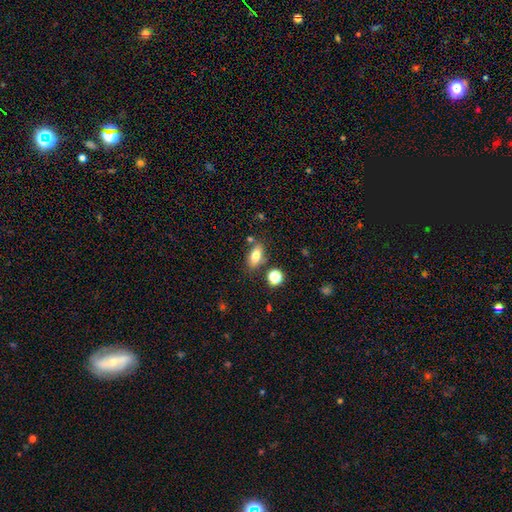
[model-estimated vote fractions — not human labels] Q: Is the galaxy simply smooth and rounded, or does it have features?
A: smooth — 77%.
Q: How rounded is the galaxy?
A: in between — 82%.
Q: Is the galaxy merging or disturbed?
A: none — 73%.